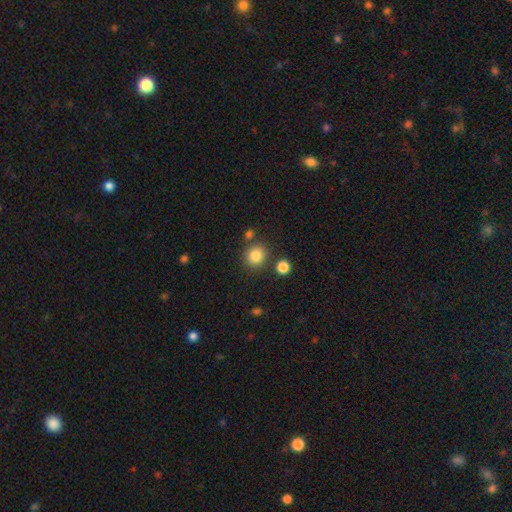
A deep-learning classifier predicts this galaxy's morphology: Smooth or featured? smooth (84%)
How rounded? round (86%)
Merging? none (80%)